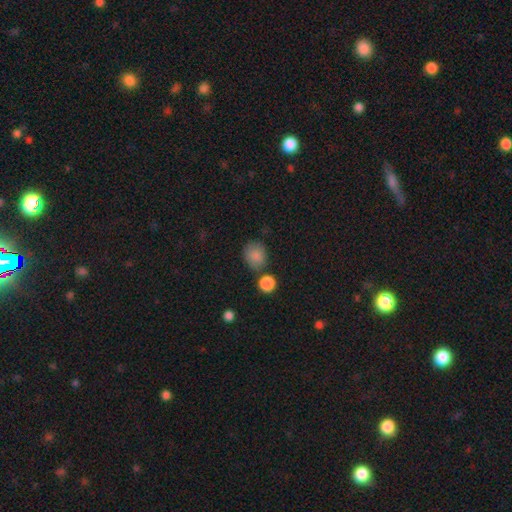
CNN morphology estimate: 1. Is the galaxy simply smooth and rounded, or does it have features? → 85% smooth, 10% star or artifact, 5% featured or disk.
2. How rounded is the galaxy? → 67% round, 32% in between, 1% cigar-shaped.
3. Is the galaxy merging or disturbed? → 67% none, 17% minor disturbance, 11% merger, 5% major disturbance.